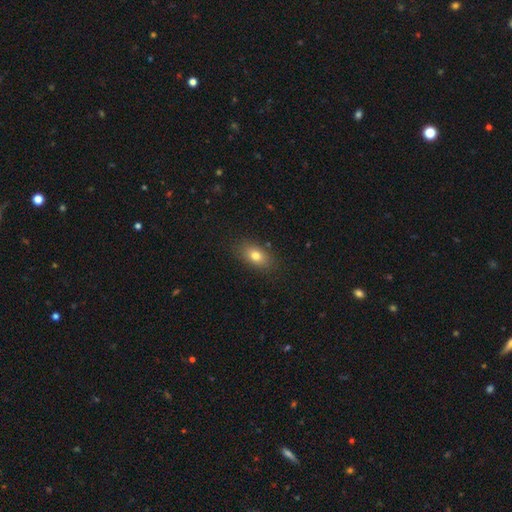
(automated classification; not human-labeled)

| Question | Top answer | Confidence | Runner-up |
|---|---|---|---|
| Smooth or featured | smooth | 77% | featured or disk (13%) |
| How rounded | in between | 83% | round (13%) |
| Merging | none | 85% | minor disturbance (11%) |